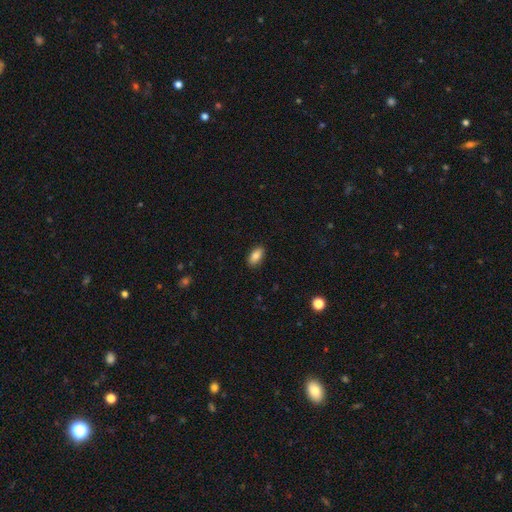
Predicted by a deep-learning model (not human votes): Smooth or featured? smooth (84%)
How rounded? in between (90%)
Merging? none (88%)